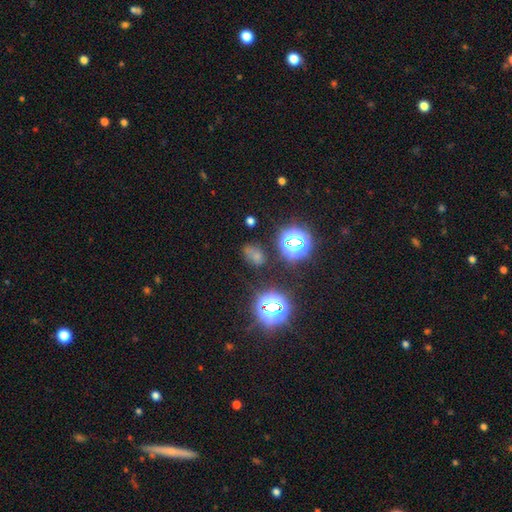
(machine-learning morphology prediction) smooth-or-featured: smooth: 52% | star or artifact: 37% | featured or disk: 11%
  how-rounded: in between: 72% | round: 26% | cigar-shaped: 2%
  merging: none: 58% | minor disturbance: 22% | major disturbance: 12% | merger: 8%